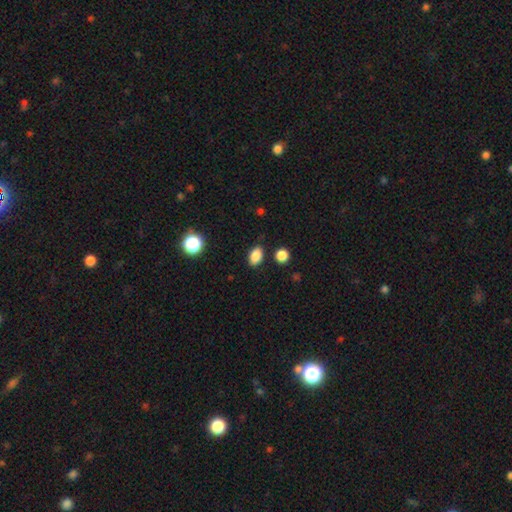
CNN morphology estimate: This is clearly a smooth galaxy (86%). How rounded: clearly in between (84%). Merging: clearly none (84%).